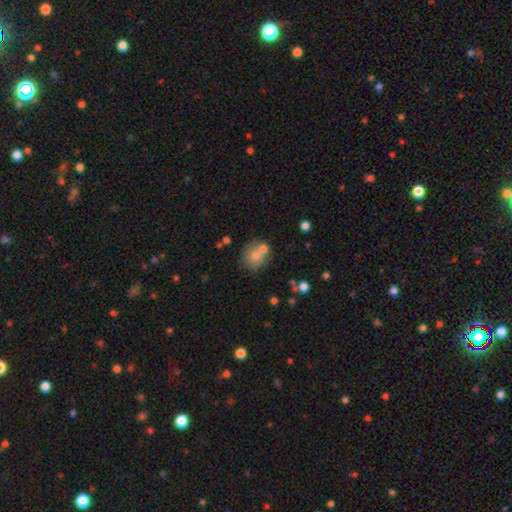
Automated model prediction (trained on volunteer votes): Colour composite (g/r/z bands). It shows a smooth galaxy with no disk features (75%) that is round (75%). Merging: none (57%).